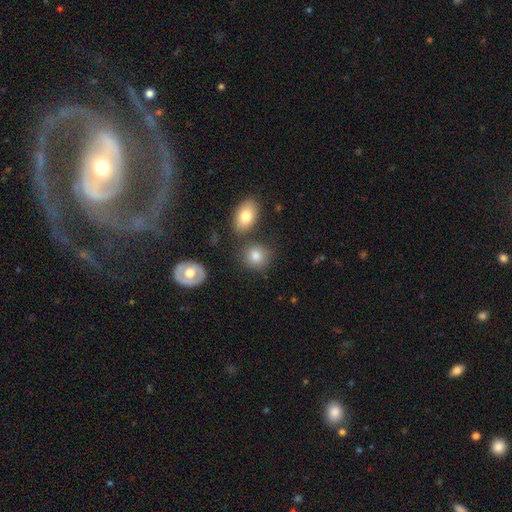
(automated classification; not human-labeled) This appears to be a smooth galaxy with no disk features (81%) that is round (77%). Merging: none (74%).